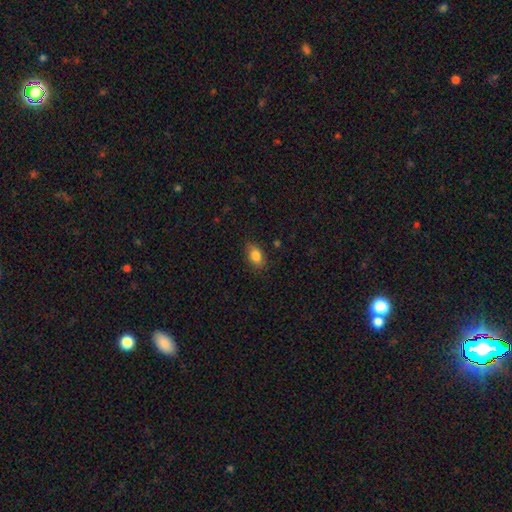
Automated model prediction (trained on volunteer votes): smooth-or-featured: smooth: 84% | star or artifact: 9% | featured or disk: 7%
  how-rounded: in between: 86% | round: 12% | cigar-shaped: 2%
  merging: none: 83% | minor disturbance: 13% | major disturbance: 3% | merger: 1%